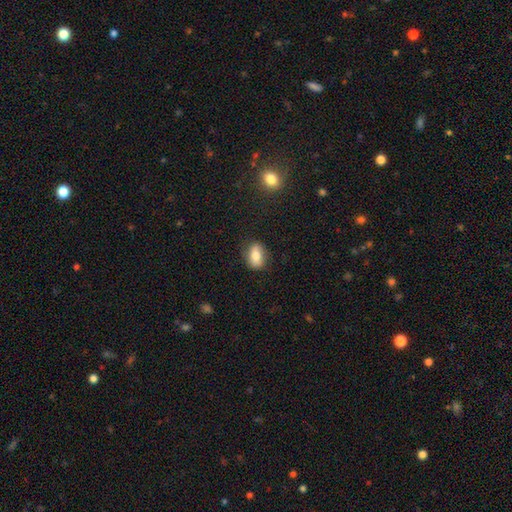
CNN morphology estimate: A smooth galaxy with no disk features (74%) that is in between round and cigar-shaped (78%). Merging: none (80%).